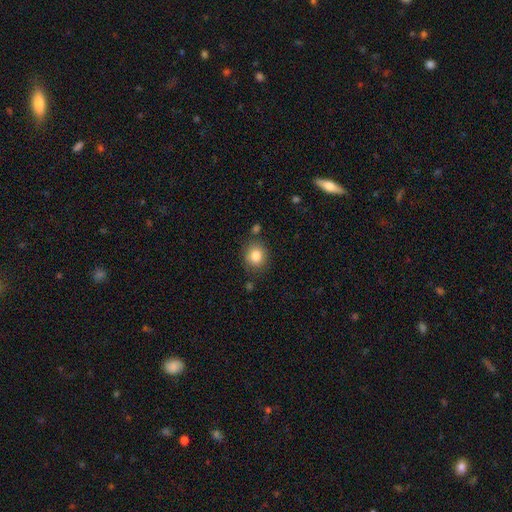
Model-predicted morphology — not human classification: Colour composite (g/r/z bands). It shows a smooth galaxy with no disk features (84%) that is round (78%). Merging: none (81%).